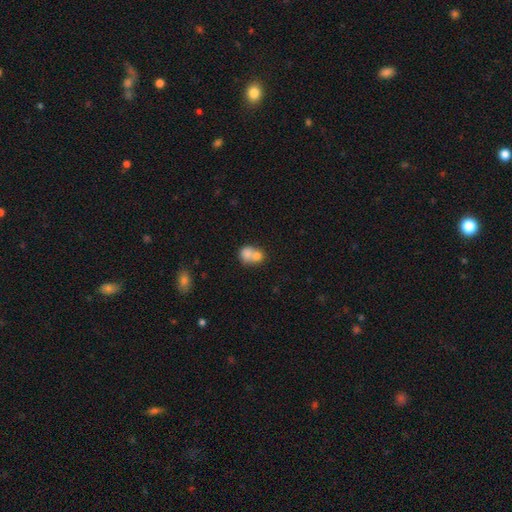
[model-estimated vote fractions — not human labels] Smooth or featured?
  - smooth: 75% *
  - featured or disk: 16%
  - star or artifact: 9%
How rounded?
  - round: 61% *
  - in between: 38%
  - cigar-shaped: 1%
Merging?
  - merger: 67% *
  - none: 23%
  - minor disturbance: 7%
  - major disturbance: 3%